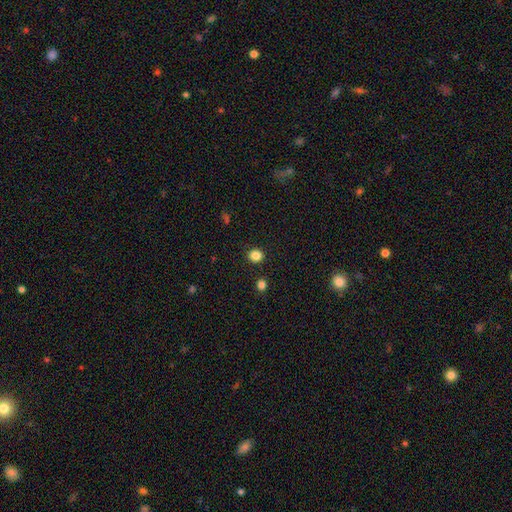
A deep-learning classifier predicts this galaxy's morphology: Smooth or featured? smooth (85%)
How rounded? round (78%)
Merging? none (90%)